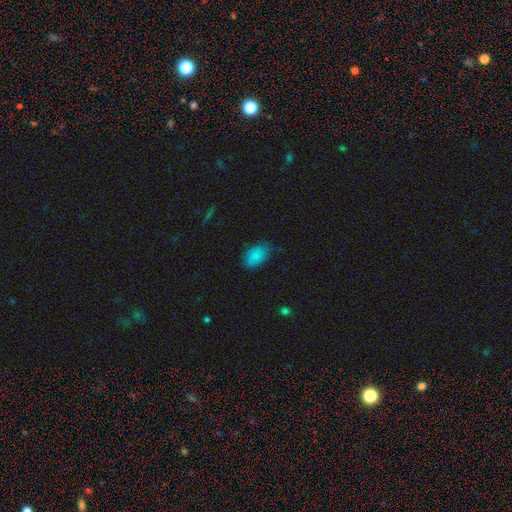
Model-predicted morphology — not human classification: smooth-or-featured: smooth: 85% | star or artifact: 8% | featured or disk: 7%
  how-rounded: in between: 88% | round: 10% | cigar-shaped: 1%
  merging: none: 70% | minor disturbance: 24% | major disturbance: 4% | merger: 1%